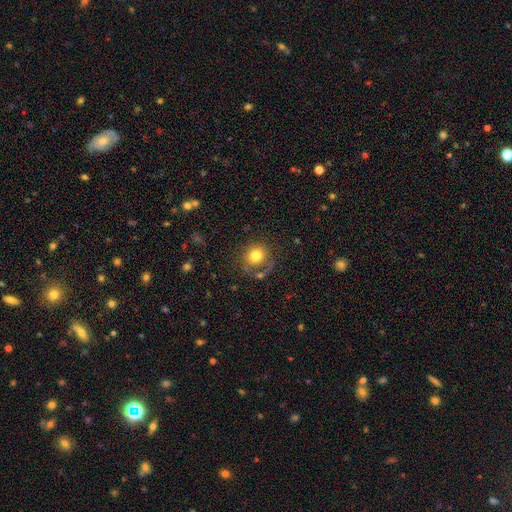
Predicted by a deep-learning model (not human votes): Smooth or featured?
  - smooth: 79% *
  - featured or disk: 11%
  - star or artifact: 10%
How rounded?
  - round: 85% *
  - in between: 14%
  - cigar-shaped: 1%
Merging?
  - none: 67% *
  - minor disturbance: 16%
  - major disturbance: 11%
  - merger: 7%